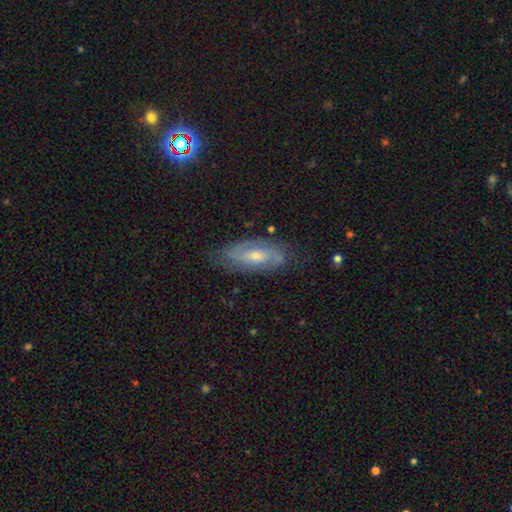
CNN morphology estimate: Smooth or featured? featured or disk (69%)
Edge-on disk? no (85%)
Bar? weak (45%)
Spiral arms? yes (86%)
Spiral winding? medium (40%)
Spiral arm count? 2 (68%)
Bulge size? moderate (58%)
Merging? none (80%)